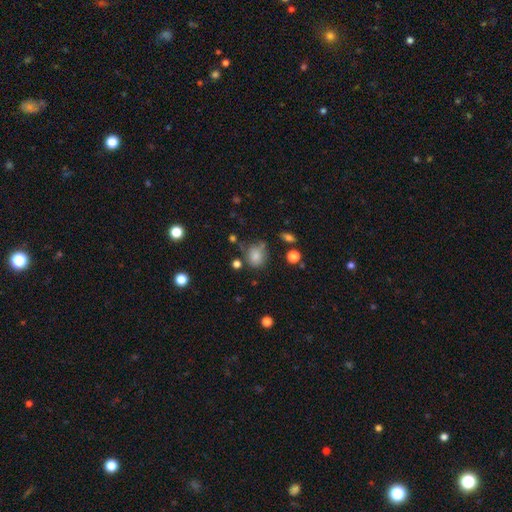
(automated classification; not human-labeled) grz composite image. It shows a smooth galaxy with no disk features (79%) that is round (67%). Merging: none (58%).